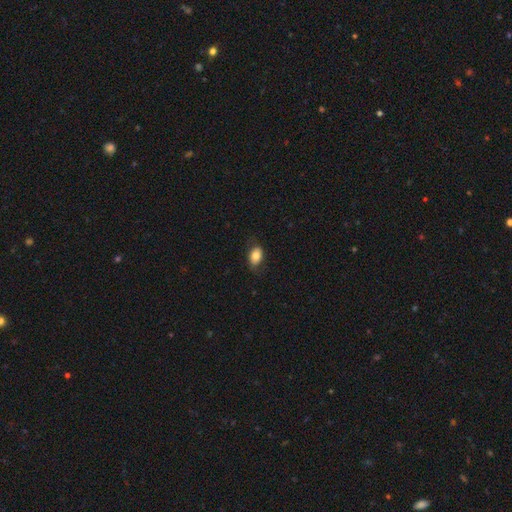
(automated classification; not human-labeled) Smooth or featured?
  - smooth: 80% *
  - featured or disk: 13%
  - star or artifact: 8%
How rounded?
  - in between: 86% *
  - round: 13%
  - cigar-shaped: 2%
Merging?
  - none: 77% *
  - minor disturbance: 17%
  - major disturbance: 5%
  - merger: 1%